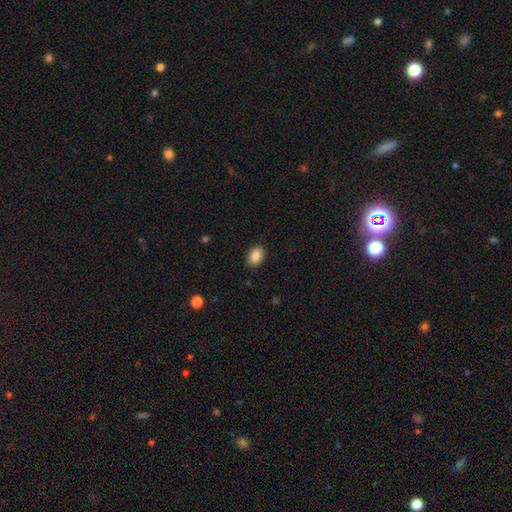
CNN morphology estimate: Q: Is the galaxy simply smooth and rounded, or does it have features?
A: smooth — 87%.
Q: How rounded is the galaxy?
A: in between — 80%.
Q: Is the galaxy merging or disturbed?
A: none — 88%.